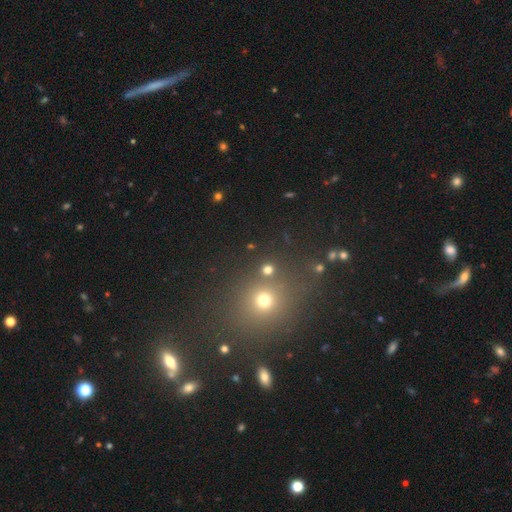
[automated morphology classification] The model was most divided on "smooth or featured": smooth: 49%, star or artifact: 42%, featured or disk: 10%. More confident: merging — none (82%).